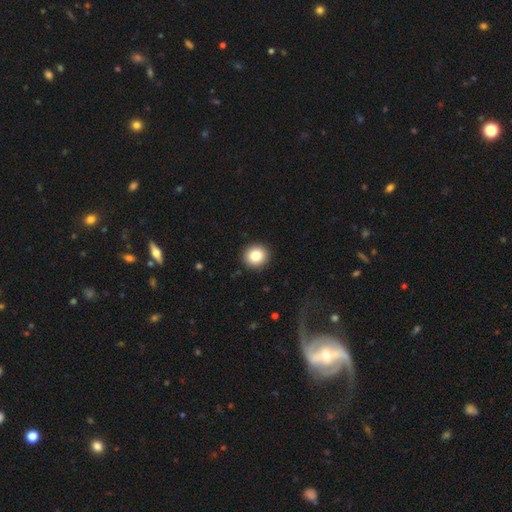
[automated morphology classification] Q: Smooth or featured?
A: smooth (83%); runner-up: star or artifact (10%)
Q: How rounded?
A: round (91%); runner-up: in between (8%)
Q: Merging?
A: none (92%); runner-up: minor disturbance (5%)